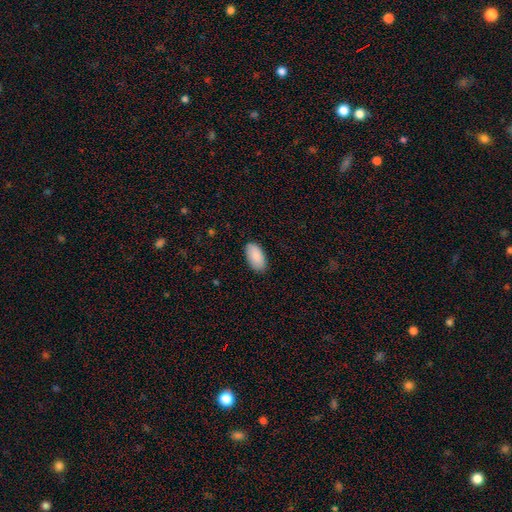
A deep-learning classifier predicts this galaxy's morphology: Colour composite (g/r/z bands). It shows a smooth galaxy with no disk features (88%) that is in between round and cigar-shaped (95%). Merging: none (86%).